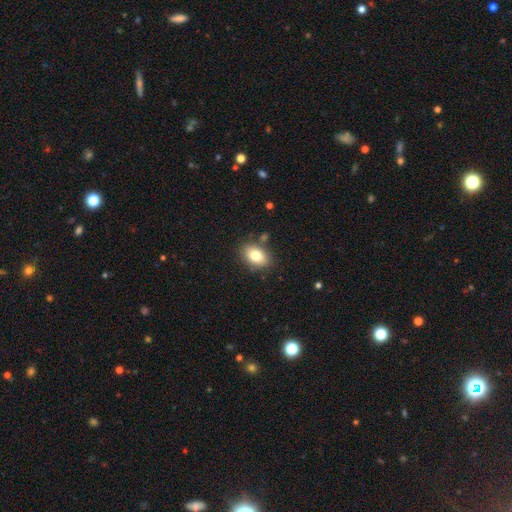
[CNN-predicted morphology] smooth-or-featured: smooth: 79% | featured or disk: 12% | star or artifact: 9%
  how-rounded: in between: 83% | round: 16% | cigar-shaped: 1%
  merging: none: 82% | minor disturbance: 11% | merger: 4% | major disturbance: 3%